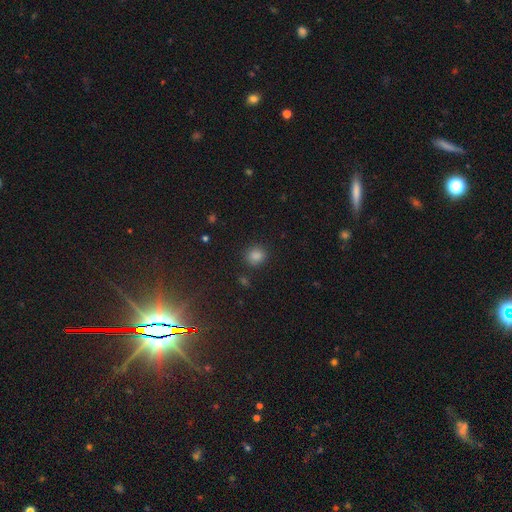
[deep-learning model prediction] smooth_or_featured: smooth (p=0.77) [alt: star or artifact p=0.18]
how_rounded: round (p=0.87) [alt: in between p=0.12]
merging: none (p=0.88) [alt: minor disturbance p=0.07]